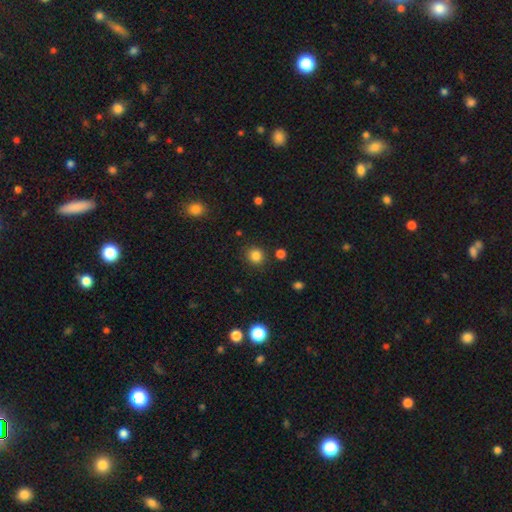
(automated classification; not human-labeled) Overall: smooth (83%). How rounded: round (88%). Merging: none (87%).